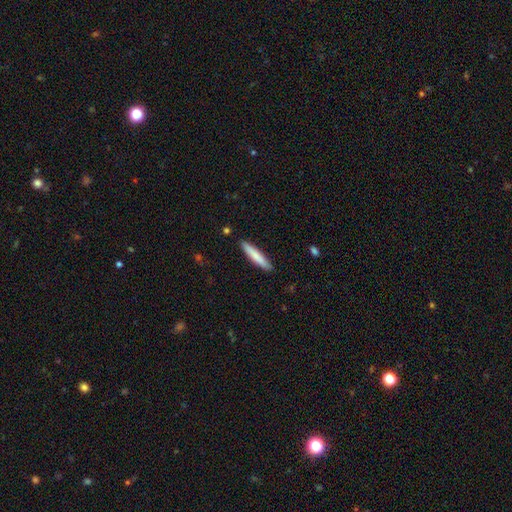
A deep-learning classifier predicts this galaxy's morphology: Q: Smooth or featured?
A: smooth (79%); runner-up: featured or disk (16%)
Q: How rounded?
A: cigar-shaped (91%); runner-up: in between (8%)
Q: Merging?
A: none (90%); runner-up: minor disturbance (7%)